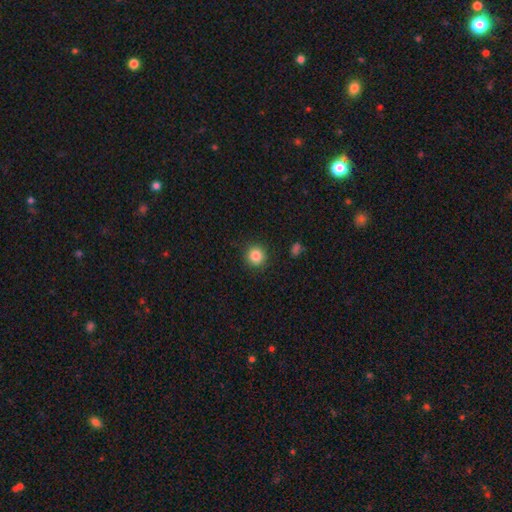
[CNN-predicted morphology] smooth_or_featured: smooth (p=0.85) [alt: star or artifact p=0.10]
how_rounded: round (p=0.93) [alt: in between p=0.06]
merging: none (p=0.89) [alt: minor disturbance p=0.07]